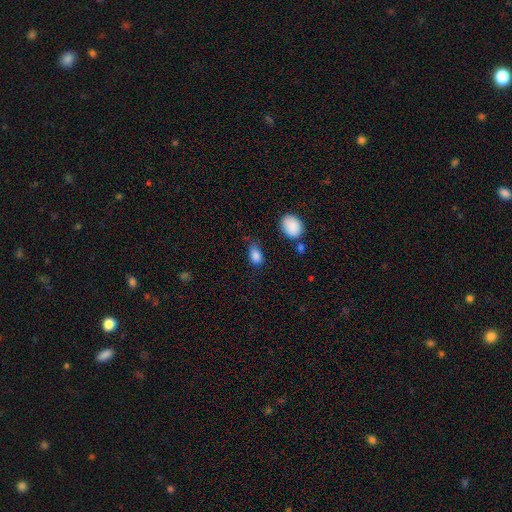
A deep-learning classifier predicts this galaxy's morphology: The model was most divided on "merging": none: 55%, minor disturbance: 32%, major disturbance: 9%, merger: 4%. More confident: smooth or featured — smooth (86%); how rounded — in between (83%).